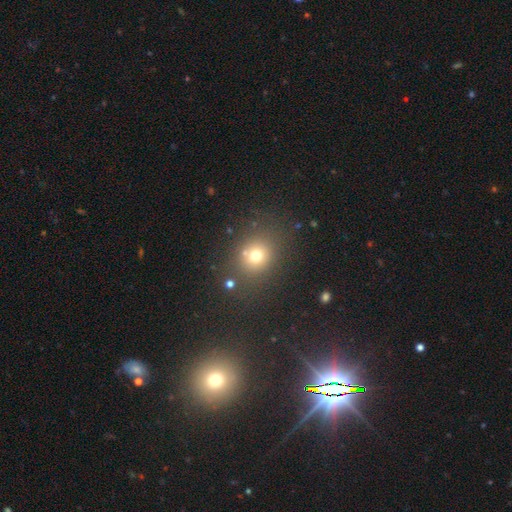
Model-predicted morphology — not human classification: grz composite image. It shows a smooth galaxy with no disk features (70%) that is round (74%). Merging: none (76%).